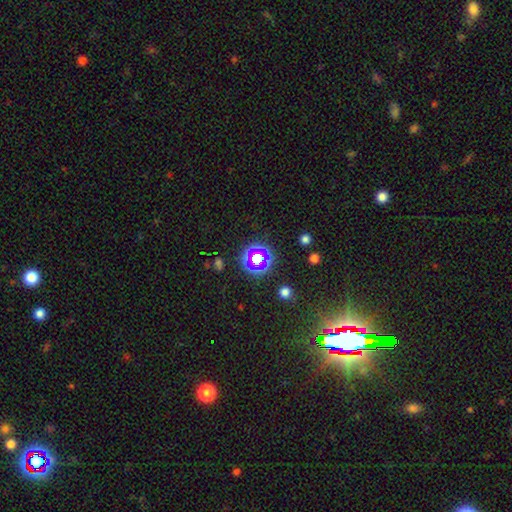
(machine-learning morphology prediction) Smooth or featured? star or artifact (57%)